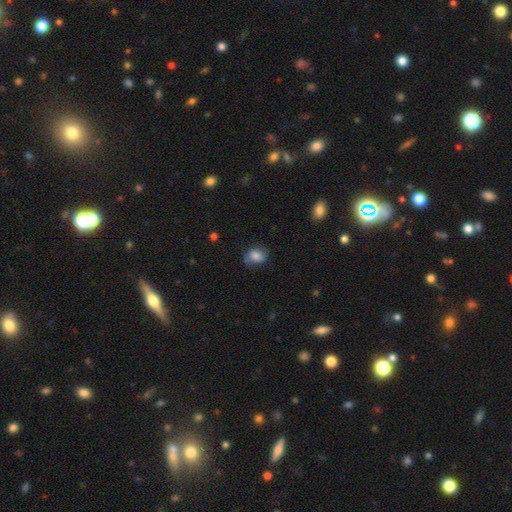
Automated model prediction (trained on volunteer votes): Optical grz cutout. It shows a smooth galaxy with no disk features (73%) that is in between round and cigar-shaped (53%). Merging: none (64%).